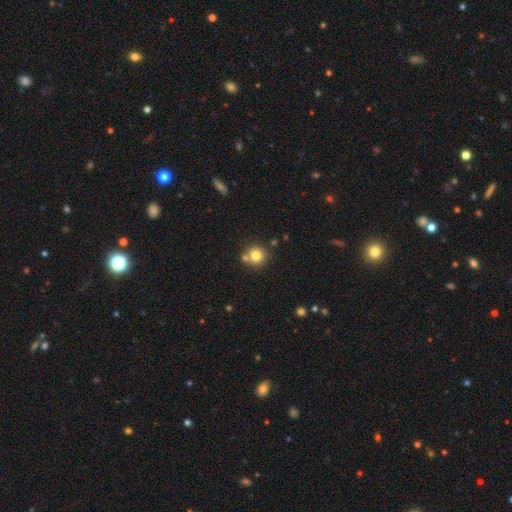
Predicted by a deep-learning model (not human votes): Morphology: type=smooth (79%); roundness=round (93%); merging=none (71%).